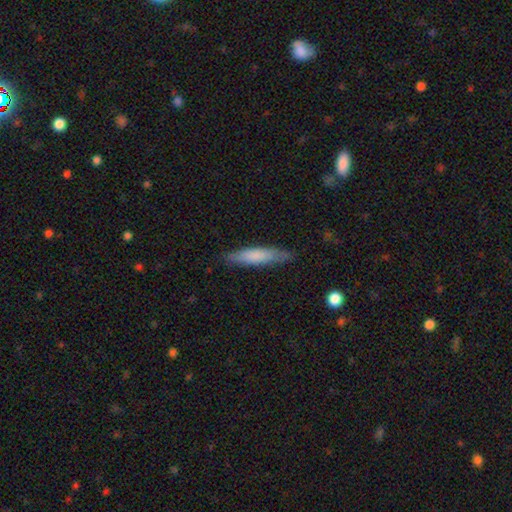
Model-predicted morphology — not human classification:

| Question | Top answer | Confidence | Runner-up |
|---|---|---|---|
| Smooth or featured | smooth | 74% | featured or disk (21%) |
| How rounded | cigar-shaped | 83% | in between (16%) |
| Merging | none | 84% | minor disturbance (12%) |